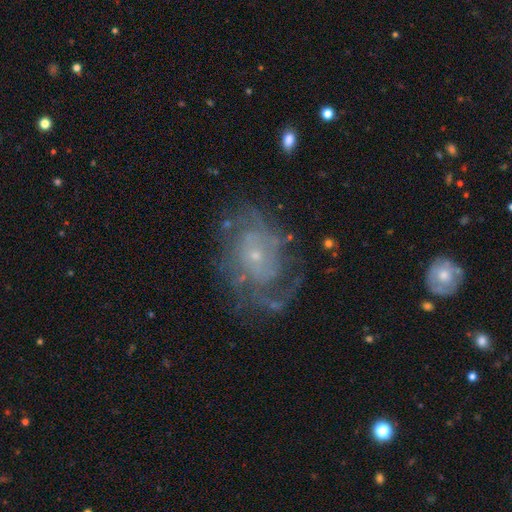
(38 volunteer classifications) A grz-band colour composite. It shows a featured or disk galaxy (87%) with no bar (82%), medium (54%) spiral arms (85%) and a small central bulge (85%). Merging: none (63%).